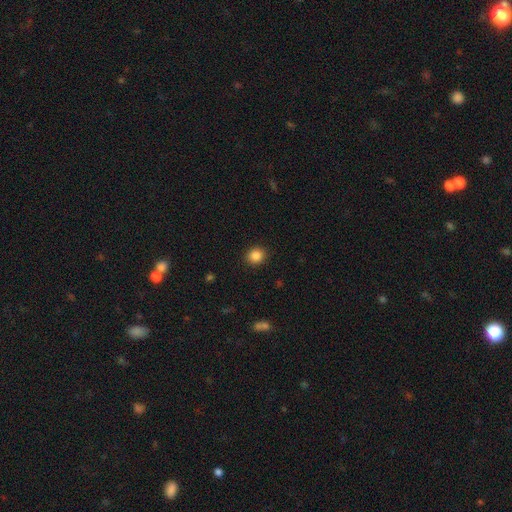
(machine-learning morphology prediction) smooth 86%, star or artifact 10%, featured or disk 4%. Down the decision tree: how rounded — round (83%); merging — none (91%).